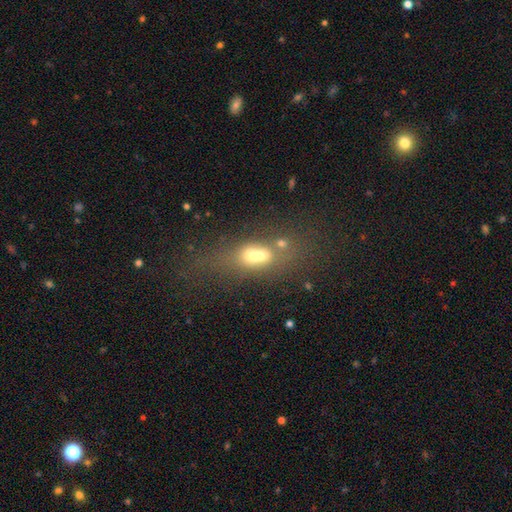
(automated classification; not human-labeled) Morphology: type=smooth (48%); merging=merger (54%).